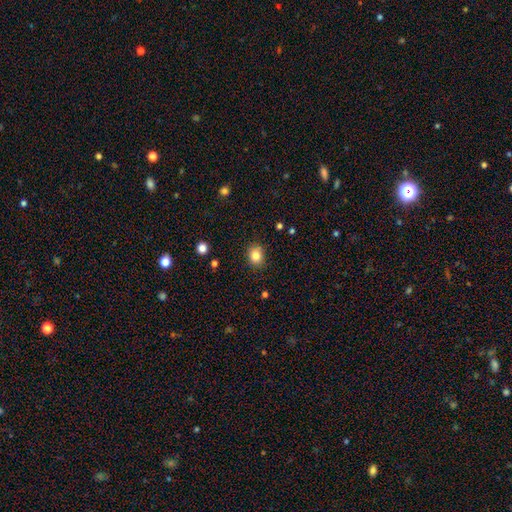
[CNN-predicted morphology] Smooth or featured? smooth (83%)
How rounded? round (60%)
Merging? none (86%)